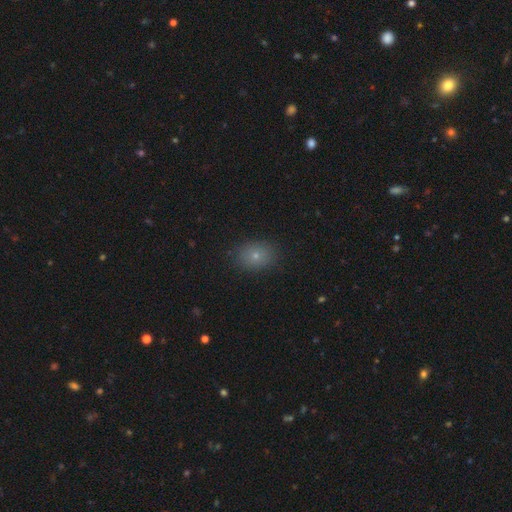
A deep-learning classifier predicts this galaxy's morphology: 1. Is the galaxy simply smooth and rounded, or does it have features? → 75% smooth, 14% star or artifact, 11% featured or disk.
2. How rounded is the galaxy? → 59% in between, 39% round, 1% cigar-shaped.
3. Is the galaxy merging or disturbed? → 86% none, 10% minor disturbance, 3% major disturbance, 1% merger.